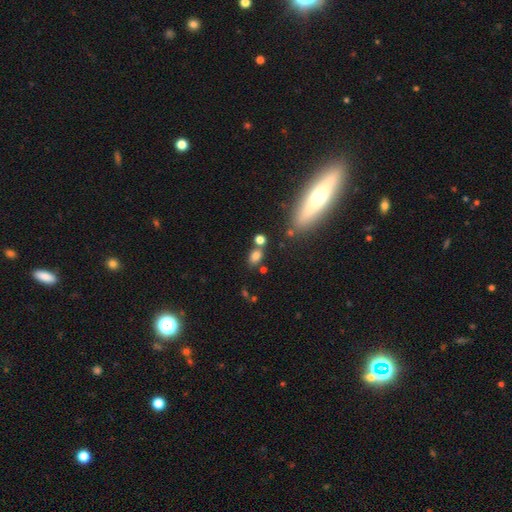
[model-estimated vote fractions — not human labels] smooth_or_featured: smooth (p=0.77) [alt: star or artifact p=0.15]
how_rounded: in between (p=0.75) [alt: round p=0.23]
merging: none (p=0.64) [alt: merger p=0.18]